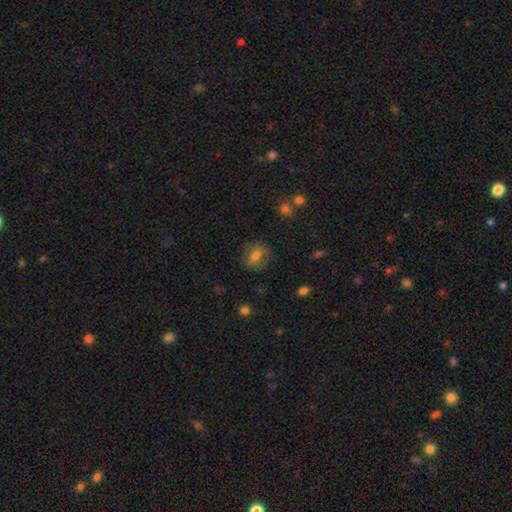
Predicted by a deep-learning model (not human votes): Q: Smooth or featured?
A: smooth (65%); runner-up: featured or disk (25%)
Q: How rounded?
A: round (55%); runner-up: in between (43%)
Q: Merging?
A: none (74%); runner-up: minor disturbance (17%)